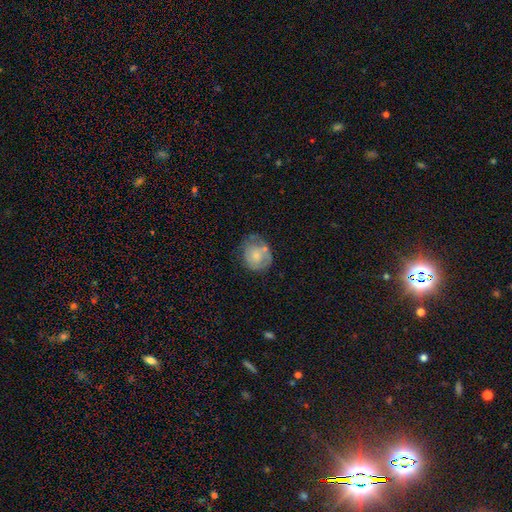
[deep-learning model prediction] This is possibly a smooth galaxy (57%). How rounded: likely round (71%). Merging: possibly none (46%).